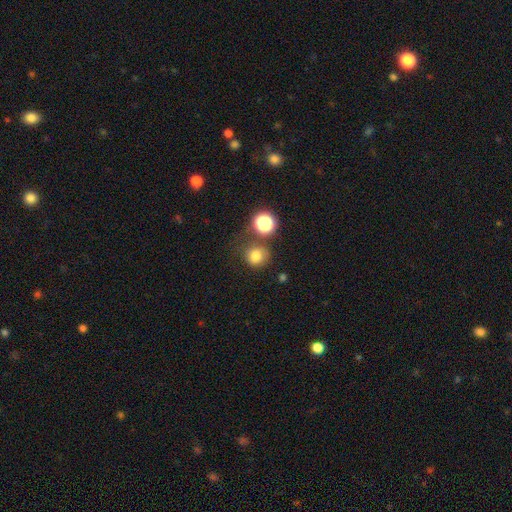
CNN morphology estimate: Q: Smooth or featured?
A: smooth (77%); runner-up: star or artifact (15%)
Q: How rounded?
A: round (85%); runner-up: in between (14%)
Q: Merging?
A: none (64%); runner-up: minor disturbance (16%)